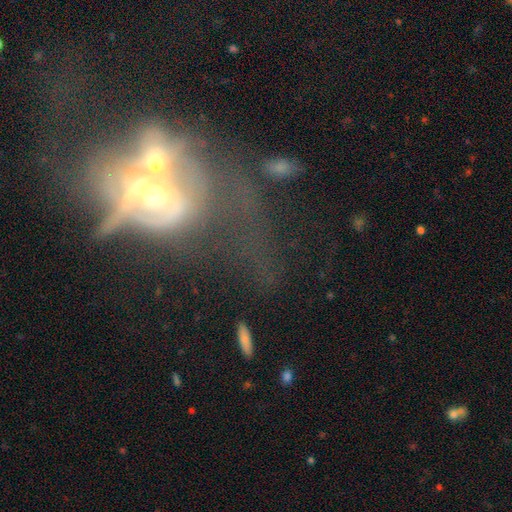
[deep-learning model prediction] Overall: featured or disk (60%; star or artifact 20%). Edge-on disk: no (88%). Bar: no (73%). Spiral arms: no (65%; yes 35%). Bulge size: moderate (52%; small 30%). Merging: merger (64%).